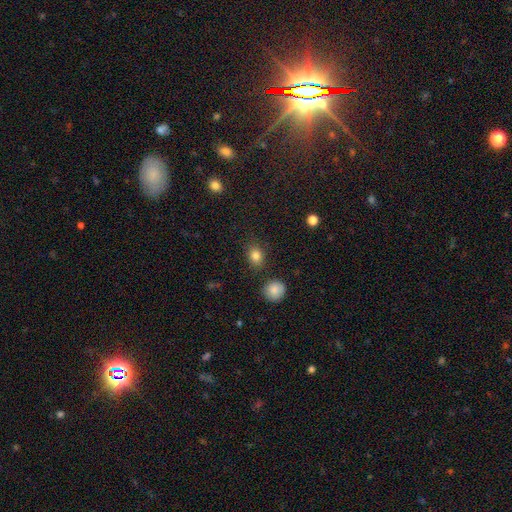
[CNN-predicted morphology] Smooth or featured? smooth (83%)
How rounded? round (52%)
Merging? none (82%)